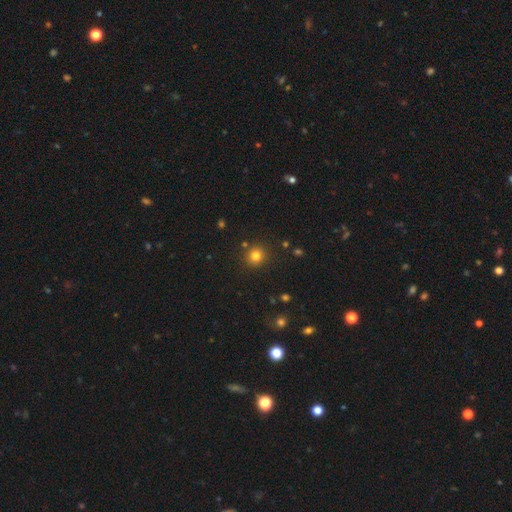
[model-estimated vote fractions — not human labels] A smooth galaxy with no disk features (80%) that is round (91%).

Vote fractions:
- Smooth or featured? smooth: 80% / star or artifact: 15% / featured or disk: 6%
- How rounded? round: 91% / in between: 9% / cigar-shaped: 1%
- Merging? none: 86% / minor disturbance: 7% / merger: 4% / major disturbance: 3%